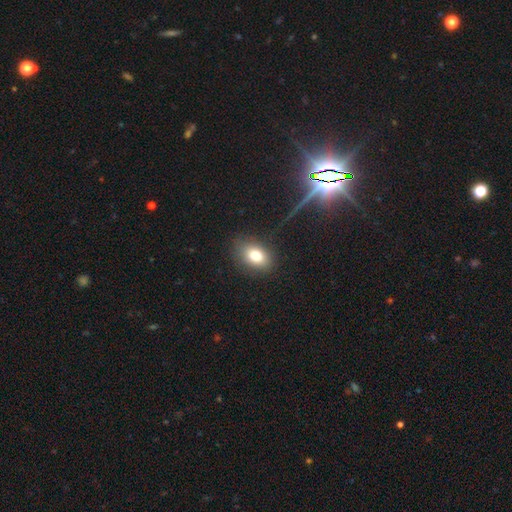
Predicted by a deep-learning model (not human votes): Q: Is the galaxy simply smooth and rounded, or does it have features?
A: smooth — 81%.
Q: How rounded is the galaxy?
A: in between — 84%.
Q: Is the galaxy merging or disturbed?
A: none — 82%.